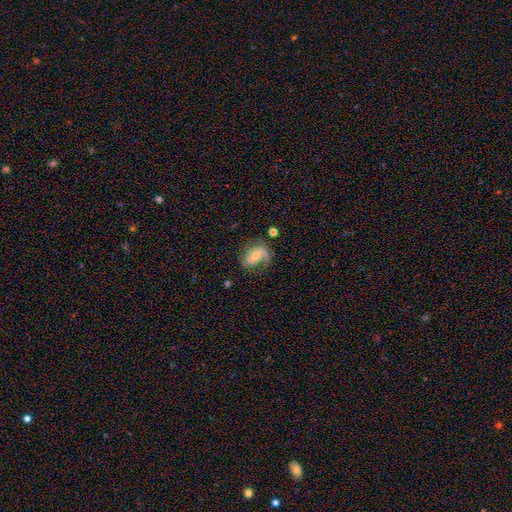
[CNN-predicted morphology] Q: Smooth or featured?
A: featured or disk (73%); runner-up: smooth (19%)
Q: Edge-on disk?
A: no (97%); runner-up: yes (3%)
Q: Bar?
A: no (58%); runner-up: weak (32%)
Q: Spiral arms?
A: yes (90%); runner-up: no (10%)
Q: Spiral winding?
A: medium (41%); runner-up: loose (31%)
Q: Spiral arm count?
A: 2 (44%); runner-up: 1 (43%)
Q: Bulge size?
A: moderate (53%); runner-up: small (41%)
Q: Merging?
A: none (56%); runner-up: minor disturbance (23%)